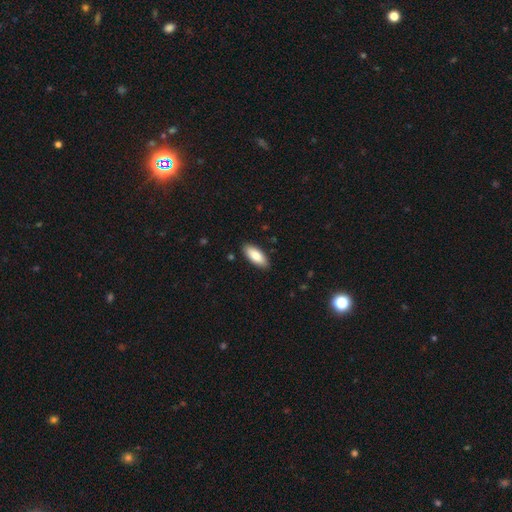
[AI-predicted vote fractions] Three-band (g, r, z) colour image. It shows a smooth galaxy with no disk features (83%) that is in between round and cigar-shaped (83%). Merging: none (88%).